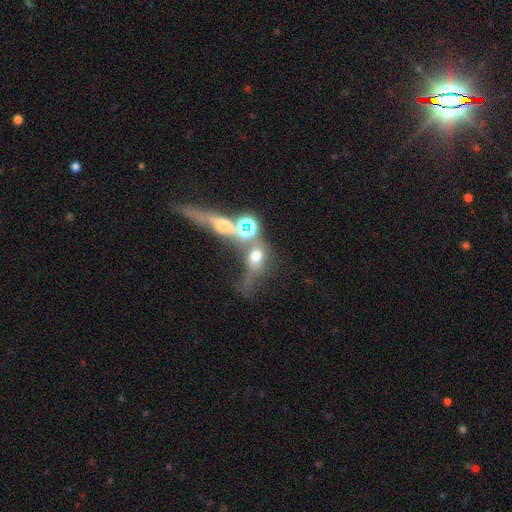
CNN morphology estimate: A smooth galaxy with no disk features (50%) that is in between round and cigar-shaped (45%). Merging: merger (44%).